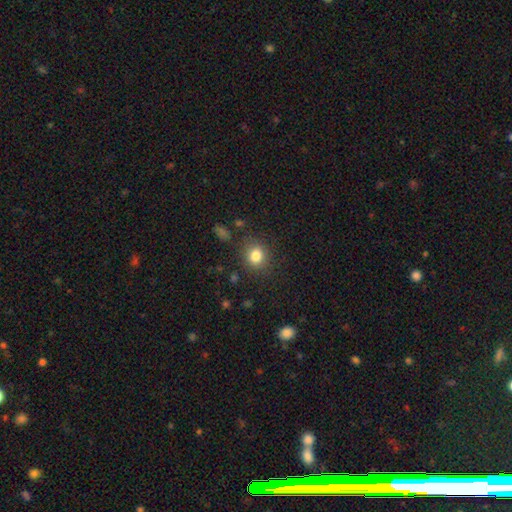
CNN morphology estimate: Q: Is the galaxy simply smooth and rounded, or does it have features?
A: smooth — 82%.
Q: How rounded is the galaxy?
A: round — 76%.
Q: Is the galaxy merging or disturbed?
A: none — 84%.